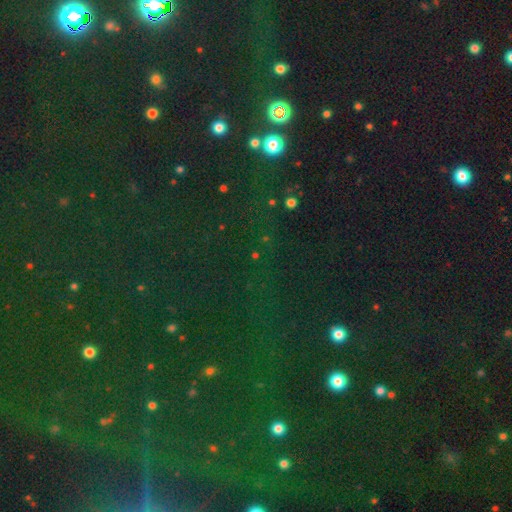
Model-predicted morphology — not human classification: Smooth or featured? star or artifact (71%)